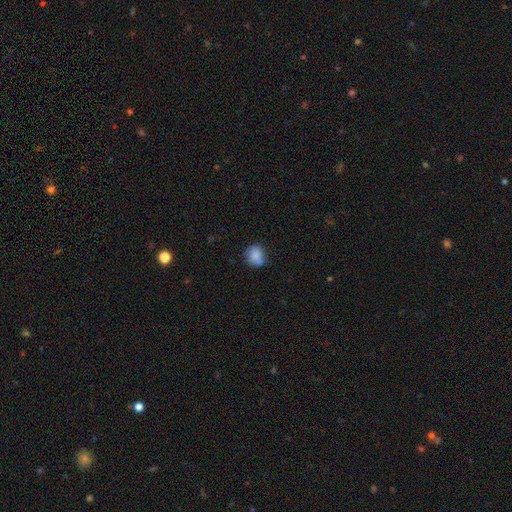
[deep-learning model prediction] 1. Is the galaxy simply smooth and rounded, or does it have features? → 79% smooth, 12% featured or disk, 9% star or artifact.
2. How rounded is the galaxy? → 76% round, 23% in between, 1% cigar-shaped.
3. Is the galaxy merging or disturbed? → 57% none, 24% minor disturbance, 13% merger, 7% major disturbance.